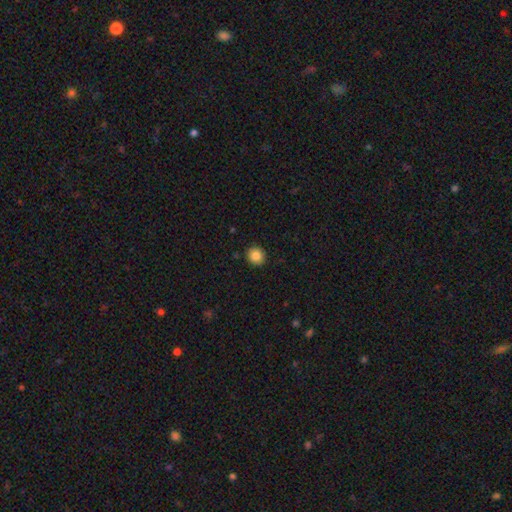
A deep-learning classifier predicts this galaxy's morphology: Smooth or featured?
  - smooth: 86% *
  - star or artifact: 10%
  - featured or disk: 4%
How rounded?
  - round: 88% *
  - in between: 11%
  - cigar-shaped: 1%
Merging?
  - none: 92% *
  - minor disturbance: 5%
  - major disturbance: 2%
  - merger: 1%